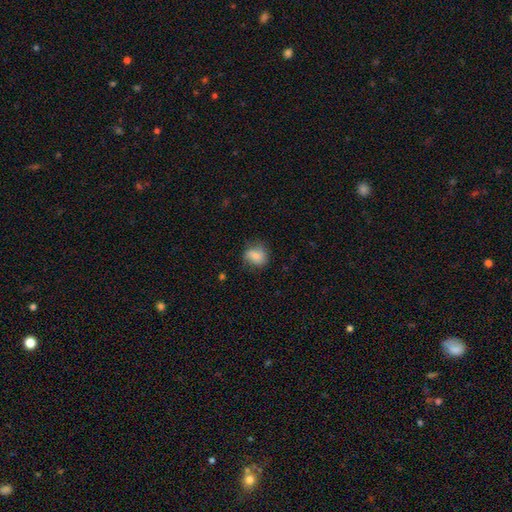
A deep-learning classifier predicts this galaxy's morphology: This appears to be a smooth galaxy with no disk features (73%) that is round (64%). Merging: none (67%).